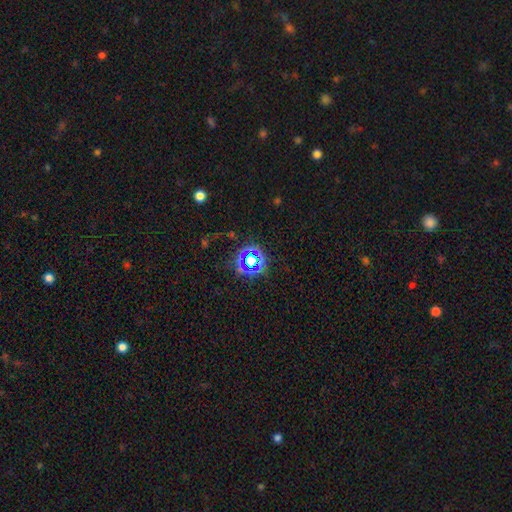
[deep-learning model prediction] Smooth or featured: star or artifact — 66% (smooth — 23%)